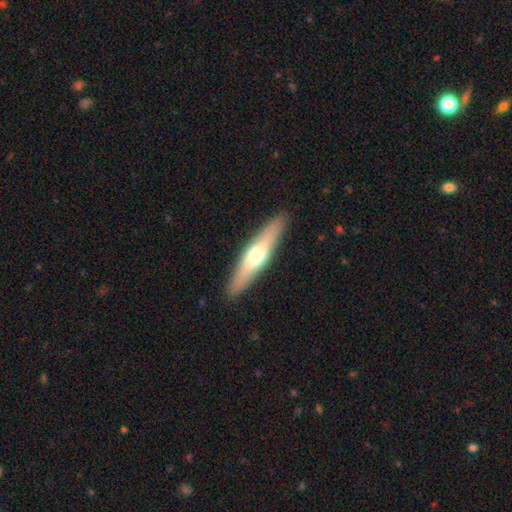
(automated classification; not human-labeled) Morphology: type=smooth (48%); merging=none (90%).